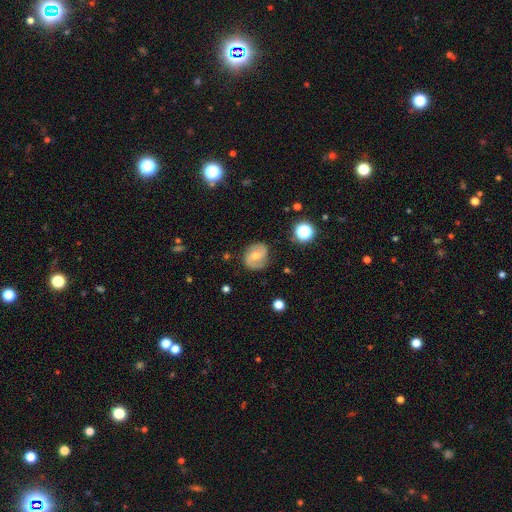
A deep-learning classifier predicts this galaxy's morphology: Smooth or featured? featured or disk (65%)
Edge-on disk? no (97%)
Bar? no (50%)
Spiral arms? yes (91%)
Spiral winding? medium (47%)
Spiral arm count? 2 (79%)
Bulge size? small (52%)
Merging? none (73%)